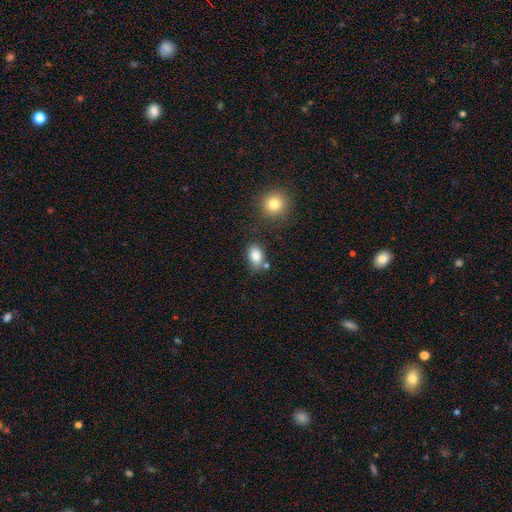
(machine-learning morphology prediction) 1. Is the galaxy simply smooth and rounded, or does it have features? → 82% smooth, 9% star or artifact, 9% featured or disk.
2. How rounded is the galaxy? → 79% in between, 20% round, 1% cigar-shaped.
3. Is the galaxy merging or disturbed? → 68% none, 17% minor disturbance, 11% merger, 4% major disturbance.